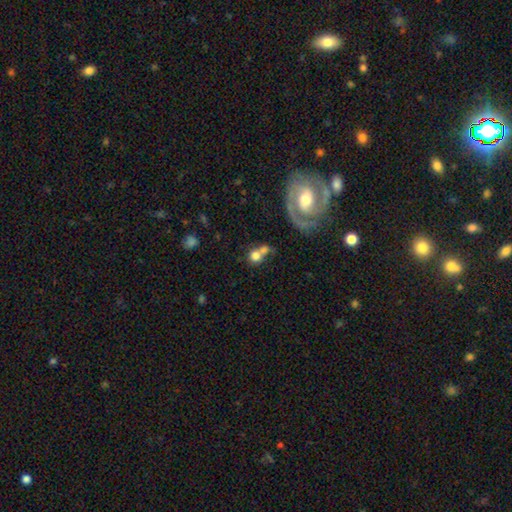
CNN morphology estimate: Smooth or featured?
  - smooth: 70% *
  - featured or disk: 20%
  - star or artifact: 11%
How rounded?
  - round: 80% *
  - in between: 19%
  - cigar-shaped: 2%
Merging?
  - merger: 45% *
  - none: 36%
  - minor disturbance: 10%
  - major disturbance: 9%